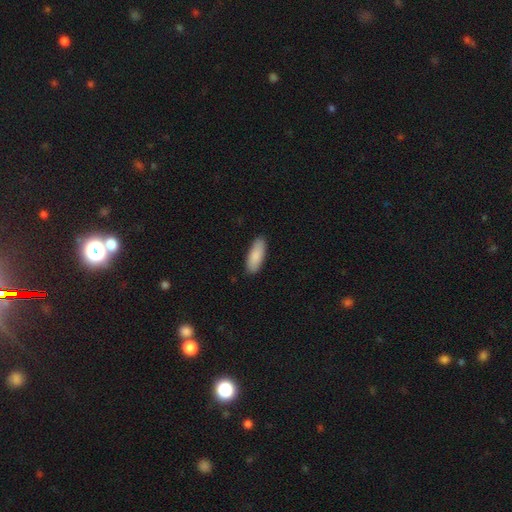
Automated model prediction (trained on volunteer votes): Morphology: type=smooth (88%); roundness=in between (72%); merging=none (89%).